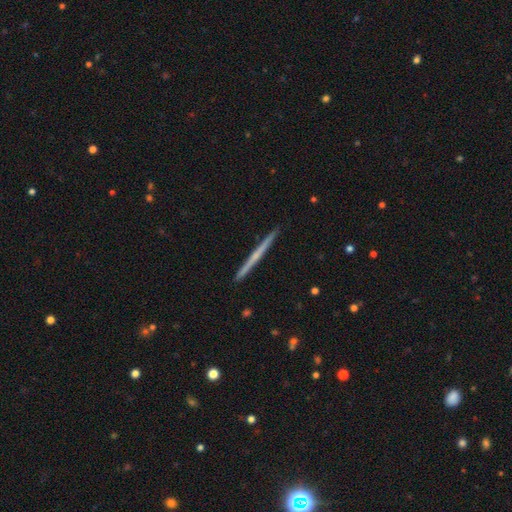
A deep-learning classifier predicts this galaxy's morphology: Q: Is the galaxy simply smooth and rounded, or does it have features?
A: featured or disk — 60%.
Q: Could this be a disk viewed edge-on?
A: yes — 98%.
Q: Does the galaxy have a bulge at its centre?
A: none — 73%.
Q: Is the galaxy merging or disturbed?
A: none — 93%.